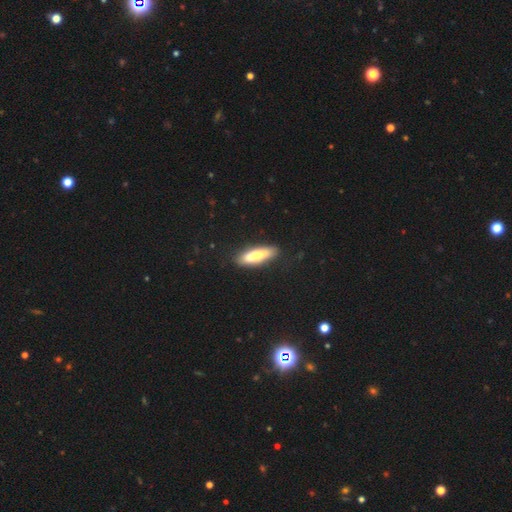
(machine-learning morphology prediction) smooth 75%, featured or disk 19%, star or artifact 6%. Down the decision tree: how rounded — cigar-shaped (64%); merging — none (86%).